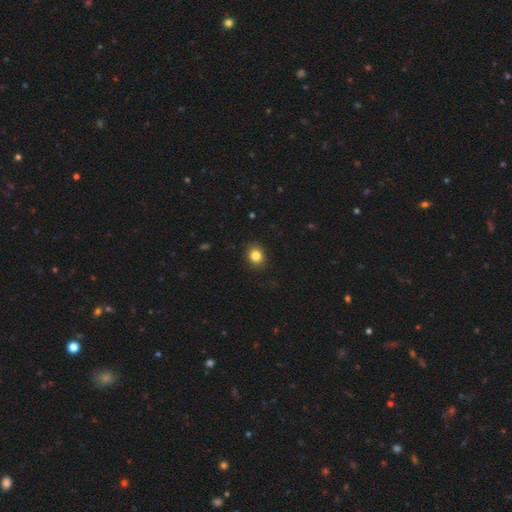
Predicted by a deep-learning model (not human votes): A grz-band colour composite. It shows a smooth galaxy with no disk features (84%) that is round (67%). Merging: none (91%).